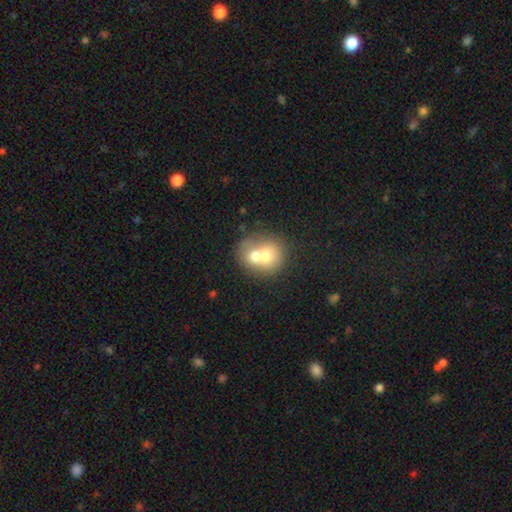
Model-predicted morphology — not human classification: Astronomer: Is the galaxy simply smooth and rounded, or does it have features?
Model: smooth — 63%.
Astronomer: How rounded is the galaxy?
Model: round — 70%.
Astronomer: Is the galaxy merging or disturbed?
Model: merger — 69%.